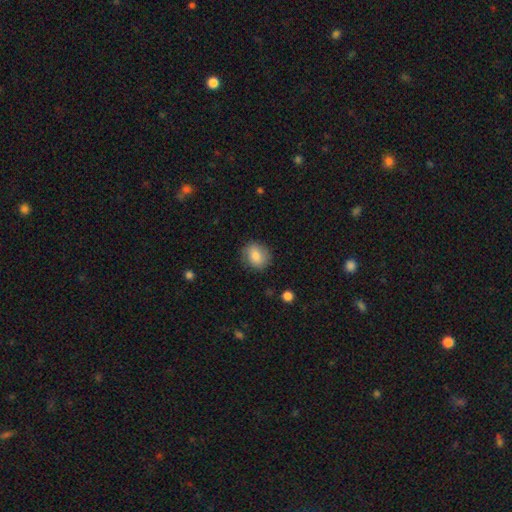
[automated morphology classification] This appears to be a smooth galaxy with no disk features (80%) that is round (68%). Merging: none (82%).